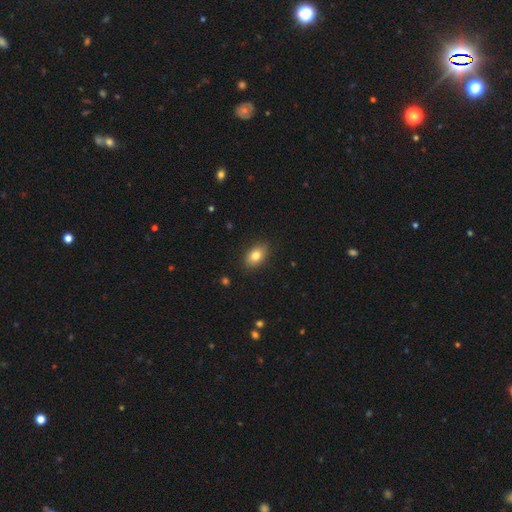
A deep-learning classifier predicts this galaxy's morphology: A smooth galaxy with no disk features (82%) that is in between round and cigar-shaped (84%).

Vote fractions:
- Smooth or featured? smooth: 82% / featured or disk: 10% / star or artifact: 8%
- How rounded? in between: 84% / round: 14% / cigar-shaped: 2%
- Merging? none: 86% / minor disturbance: 10% / major disturbance: 2% / merger: 1%